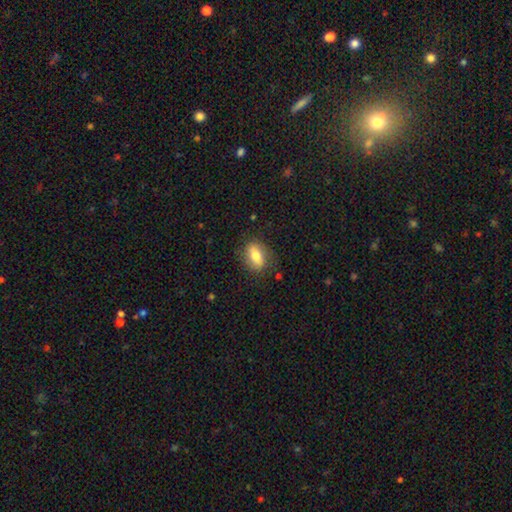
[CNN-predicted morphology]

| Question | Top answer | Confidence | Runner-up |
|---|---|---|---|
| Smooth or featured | smooth | 69% | featured or disk (24%) |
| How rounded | in between | 78% | round (17%) |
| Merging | none | 80% | minor disturbance (15%) |